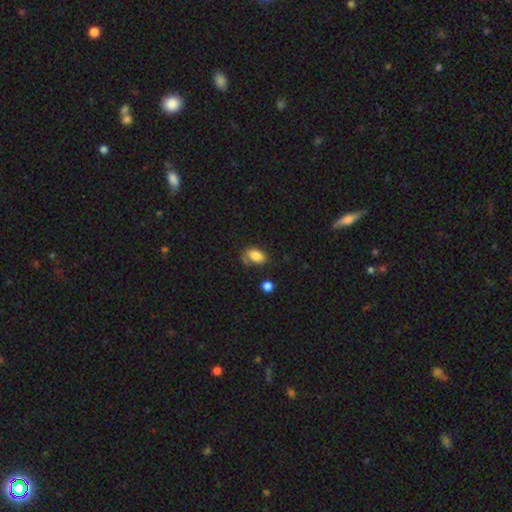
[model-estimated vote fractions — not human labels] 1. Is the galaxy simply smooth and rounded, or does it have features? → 83% smooth, 9% star or artifact, 8% featured or disk.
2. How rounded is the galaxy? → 89% in between, 9% round, 2% cigar-shaped.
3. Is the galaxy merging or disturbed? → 61% none, 25% minor disturbance, 7% major disturbance, 7% merger.